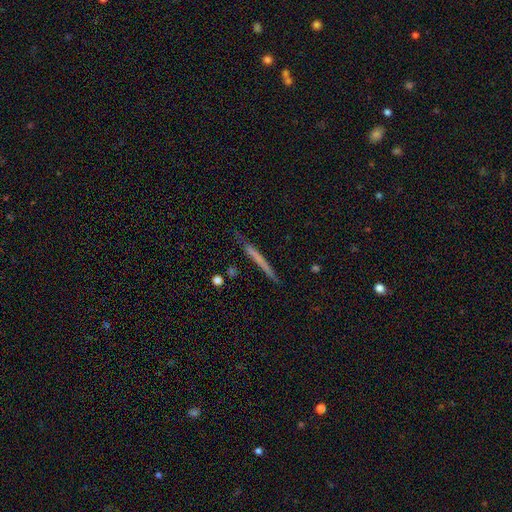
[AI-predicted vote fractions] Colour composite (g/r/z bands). It shows a smooth galaxy with no disk features (54%) that is cigar-shaped (96%). Merging: none (82%).